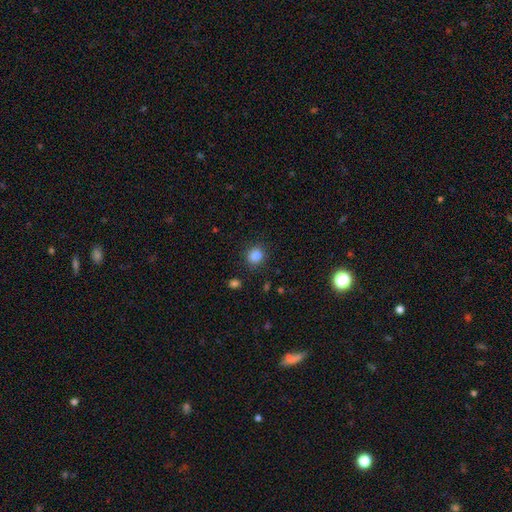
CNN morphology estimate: Smooth or featured?
  - smooth: 84% *
  - star or artifact: 11%
  - featured or disk: 4%
How rounded?
  - round: 79% *
  - in between: 20%
  - cigar-shaped: 1%
Merging?
  - none: 86% *
  - minor disturbance: 9%
  - major disturbance: 3%
  - merger: 2%